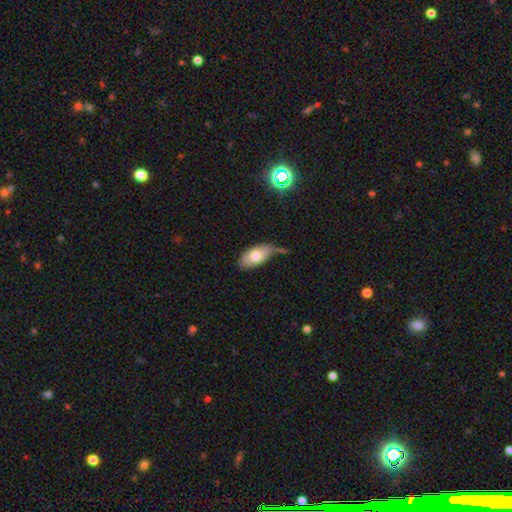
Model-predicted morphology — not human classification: A smooth galaxy with no disk features (73%) that is in between round and cigar-shaped (92%).

Vote fractions:
- Smooth or featured? smooth: 73% / featured or disk: 20% / star or artifact: 7%
- How rounded? in between: 92% / cigar-shaped: 4% / round: 3%
- Merging? none: 41% / minor disturbance: 32% / major disturbance: 16% / merger: 11%